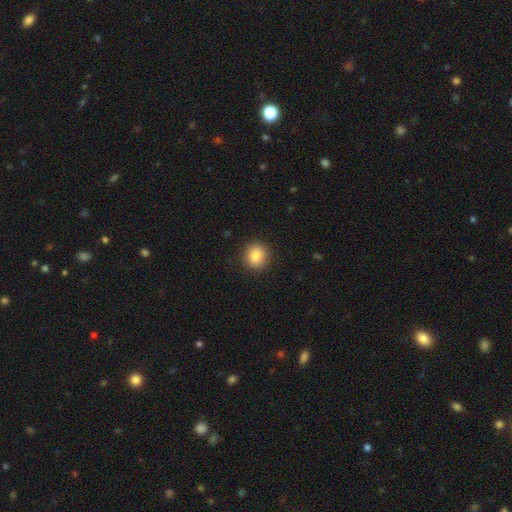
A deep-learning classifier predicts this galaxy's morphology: A smooth galaxy with no disk features (85%) that is round (82%).

Vote fractions:
- Smooth or featured? smooth: 85% / star or artifact: 9% / featured or disk: 6%
- How rounded? round: 82% / in between: 17% / cigar-shaped: 1%
- Merging? none: 90% / minor disturbance: 7% / major disturbance: 2% / merger: 1%